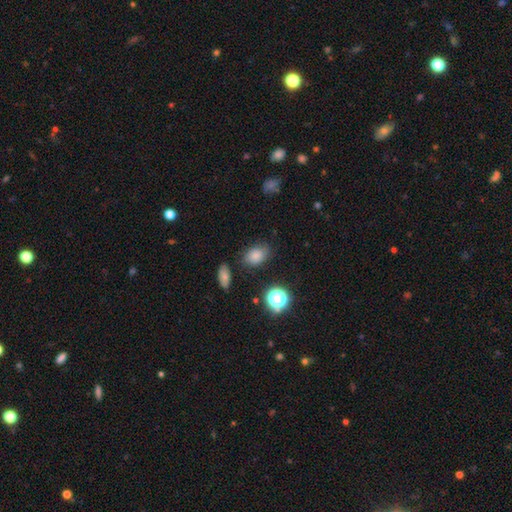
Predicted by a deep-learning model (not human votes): Smooth or featured? Predicted: smooth (p=0.79). How rounded? Predicted: in between (p=0.75). Merging? Predicted: none (p=0.77).